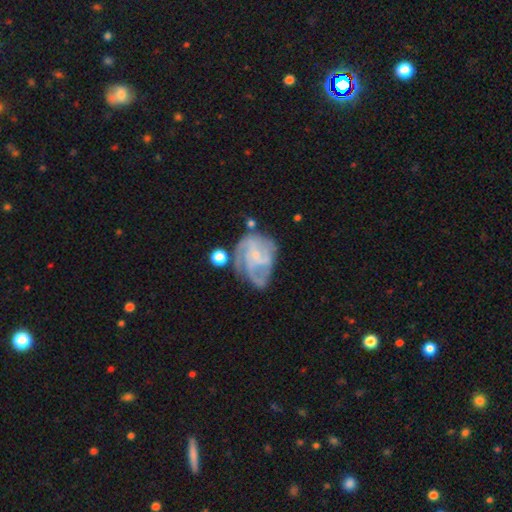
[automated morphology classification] Smooth or featured? Predicted: featured or disk (p=0.80). Edge-on disk? Predicted: no (p=0.98). Bar? Predicted: no (p=0.61). Spiral arms? Predicted: yes (p=0.90). Spiral winding? Predicted: medium (p=0.43). Spiral arm count? Predicted: 3 (p=0.32). Bulge size? Predicted: small (p=0.75). Merging? Predicted: none (p=0.44).